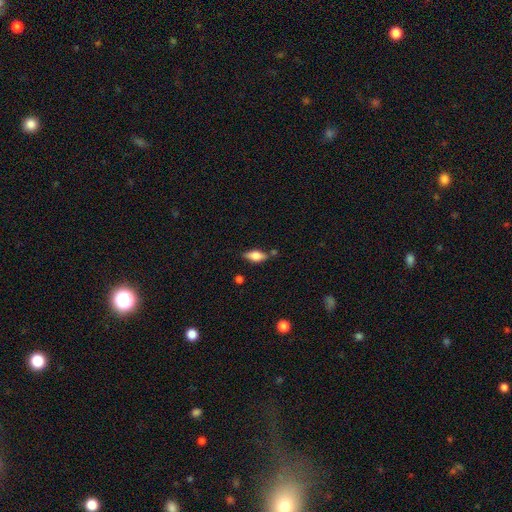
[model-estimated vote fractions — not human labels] This is likely a smooth galaxy (63%). How rounded: likely in between (78%). Merging: likely none (75%).